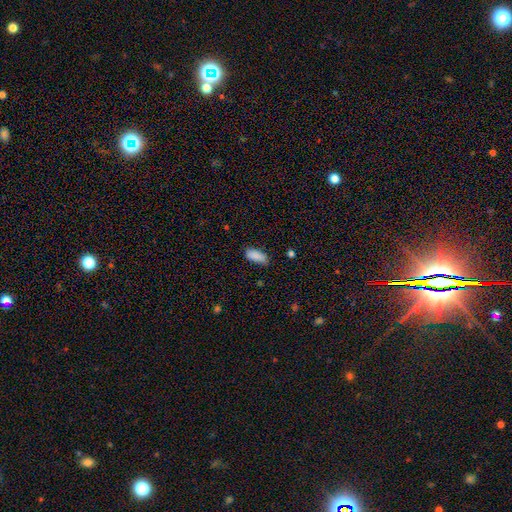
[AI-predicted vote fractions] Morphology: type=smooth (88%); roundness=in between (83%); merging=none (71%).